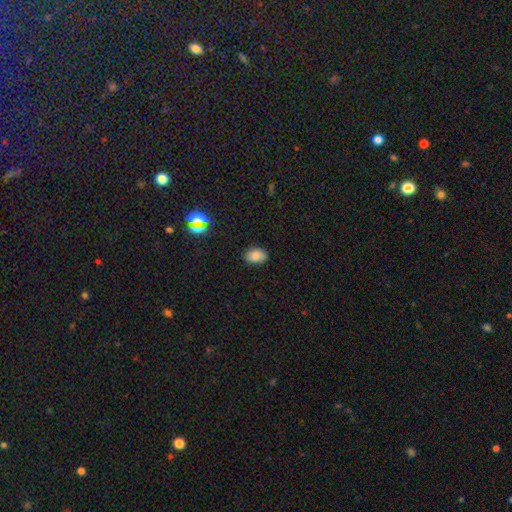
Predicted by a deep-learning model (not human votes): Overall: smooth (77%). How rounded: in between (80%). Merging: none (81%).